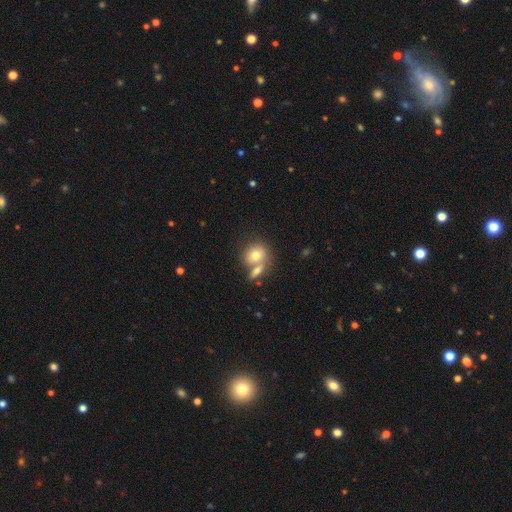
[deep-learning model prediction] smooth-or-featured: smooth: 74% | featured or disk: 17% | star or artifact: 9%
  how-rounded: round: 69% | in between: 29% | cigar-shaped: 2%
  merging: merger: 44% | none: 42% | minor disturbance: 10% | major disturbance: 4%